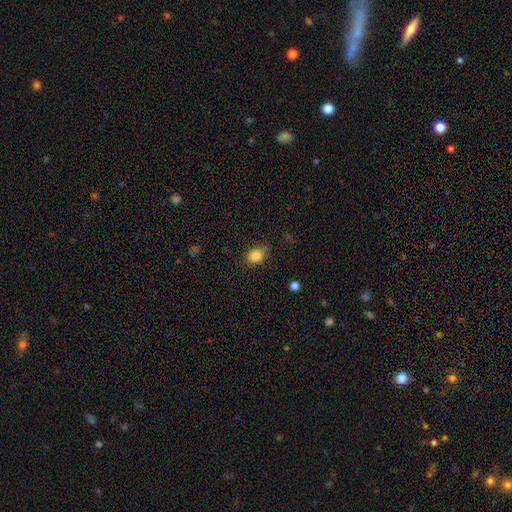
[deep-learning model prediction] Smooth or featured: smooth — 84% (star or artifact — 10%)
How rounded: in between — 52% (round — 47%)
Merging: none — 76% (minor disturbance — 18%)